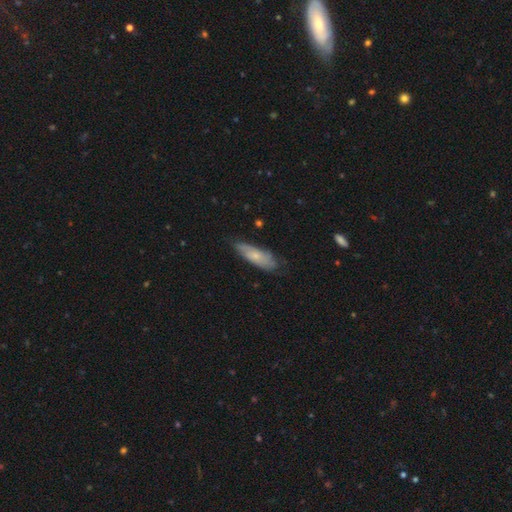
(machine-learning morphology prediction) A smooth galaxy with no disk features (62%) that is in between round and cigar-shaped (55%). Merging: none (67%).